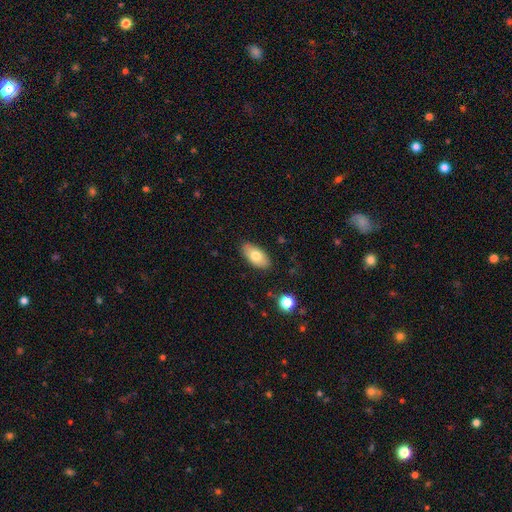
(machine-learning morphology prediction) type=smooth (74%); roundness=in between (92%); merging=none (86%).